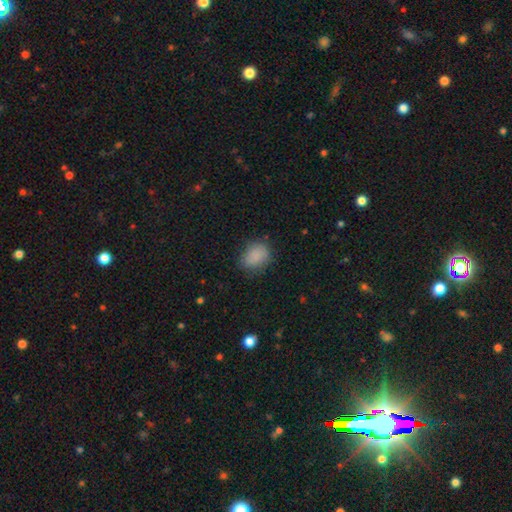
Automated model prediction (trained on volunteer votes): A smooth galaxy with no disk features (86%) that is in between round and cigar-shaped (66%).

Vote fractions:
- Smooth or featured? smooth: 86% / star or artifact: 9% / featured or disk: 5%
- How rounded? in between: 66% / round: 33% / cigar-shaped: 1%
- Merging? none: 75% / minor disturbance: 19% / major disturbance: 5% / merger: 1%